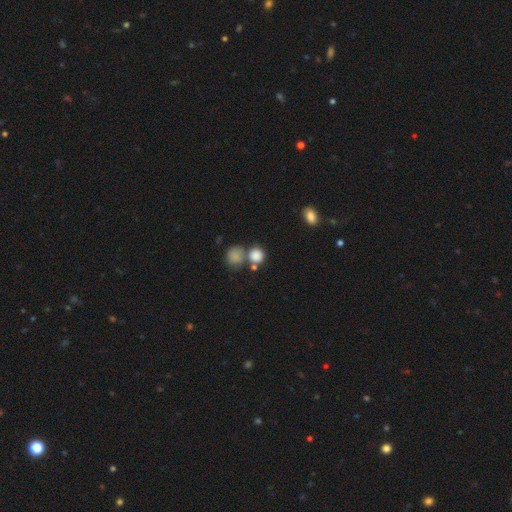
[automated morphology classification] Overall: smooth (83%). How rounded: round (85%). Merging: none (51%; merger 34%).